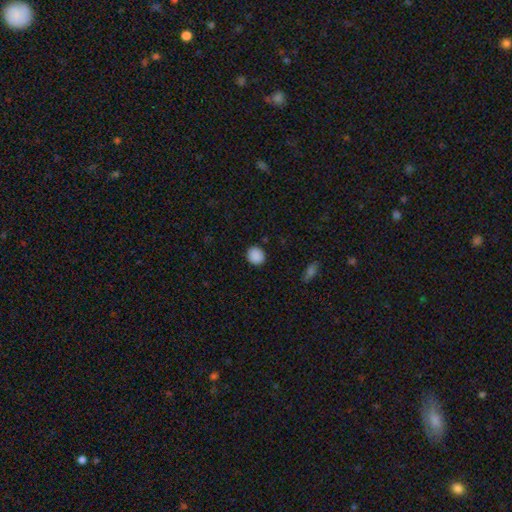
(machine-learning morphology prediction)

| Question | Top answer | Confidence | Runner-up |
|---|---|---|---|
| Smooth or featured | smooth | 89% | star or artifact (9%) |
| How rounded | round | 85% | in between (14%) |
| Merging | none | 90% | minor disturbance (7%) |